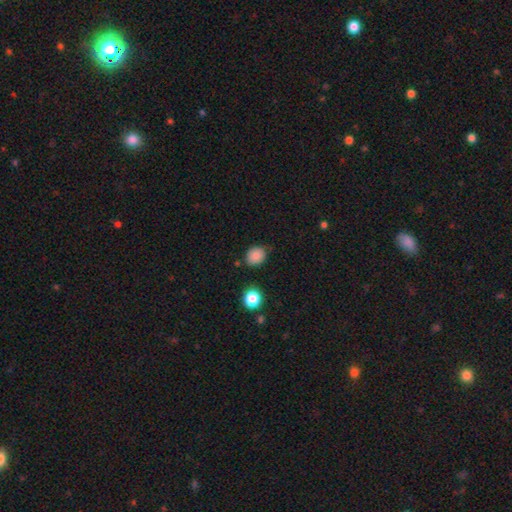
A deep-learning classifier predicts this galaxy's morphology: smooth 86%, star or artifact 10%, featured or disk 4%. Down the decision tree: how rounded — round (57%); merging — none (75%).